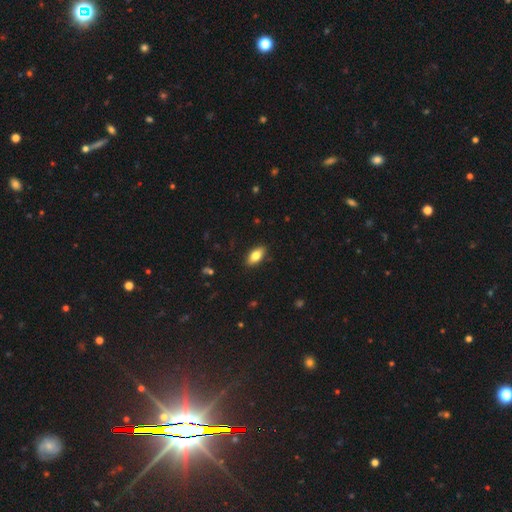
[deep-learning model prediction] Morphology: type=smooth (79%); roundness=in between (89%); merging=none (89%).